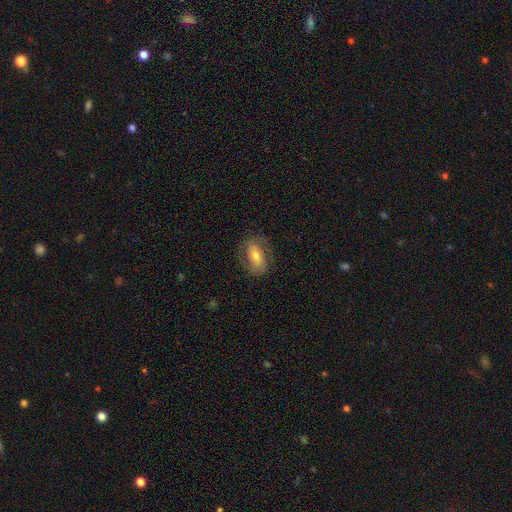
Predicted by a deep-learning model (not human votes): This is possibly a smooth galaxy (50%). Merging: likely none (76%).